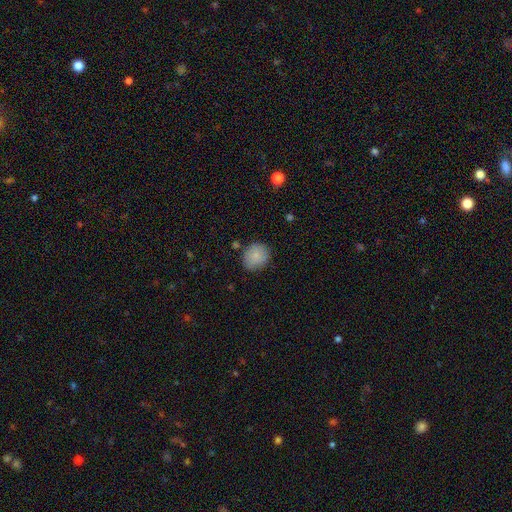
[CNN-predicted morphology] smooth-or-featured: smooth: 83% | featured or disk: 9% | star or artifact: 8%
  how-rounded: round: 68% | in between: 31% | cigar-shaped: 1%
  merging: none: 78% | minor disturbance: 16% | major disturbance: 3% | merger: 3%